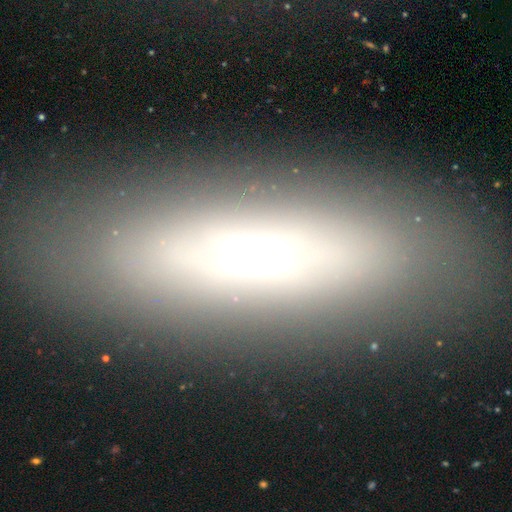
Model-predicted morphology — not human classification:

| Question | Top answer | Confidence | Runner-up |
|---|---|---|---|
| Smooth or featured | smooth | 45% | featured or disk (43%) |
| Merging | none | 78% | minor disturbance (12%) |